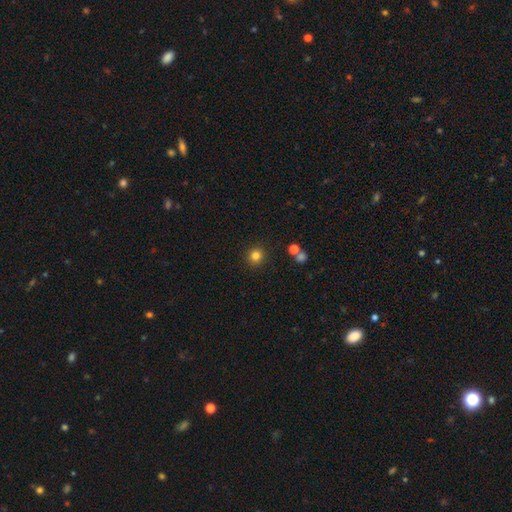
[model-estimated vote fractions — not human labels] This appears to be a smooth galaxy with no disk features (82%) that is round (93%). Merging: none (90%).